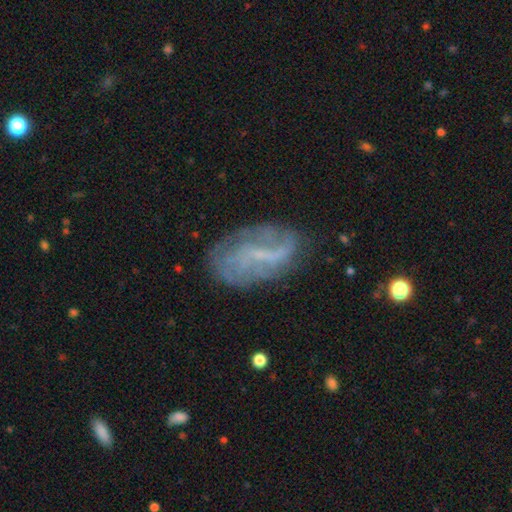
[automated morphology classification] A featured or disk galaxy (67%) with a weak bar (41%), spiral arms (78%) and a small central bulge (48%). Merging: none (73%).